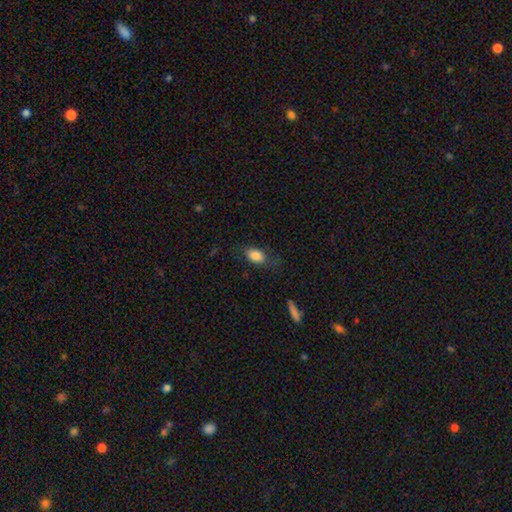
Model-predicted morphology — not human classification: Smooth or featured? smooth (84%)
How rounded? in between (87%)
Merging? none (70%)